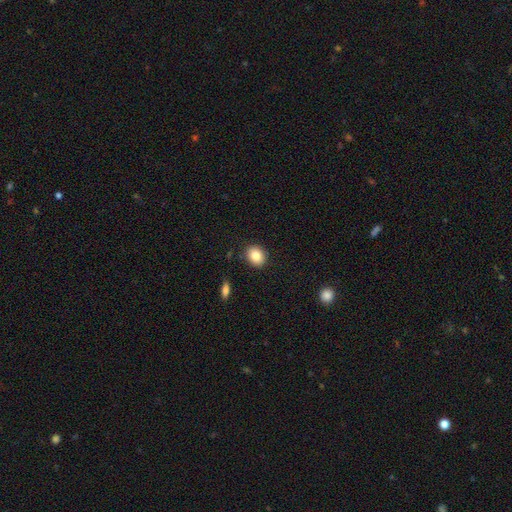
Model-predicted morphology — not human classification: type=smooth (85%); roundness=round (52%); merging=none (88%).